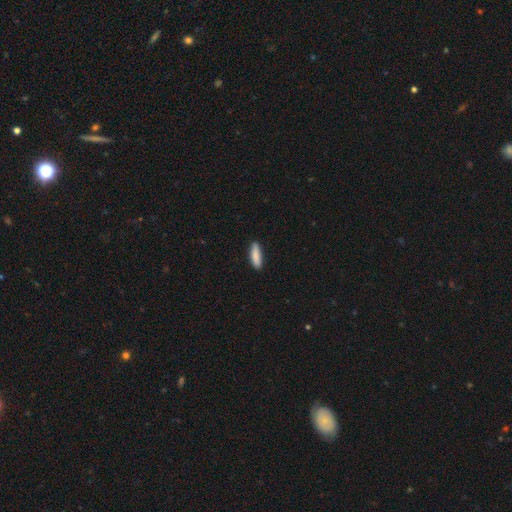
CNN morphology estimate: Smooth or featured? smooth (87%)
How rounded? cigar-shaped (65%)
Merging? none (86%)